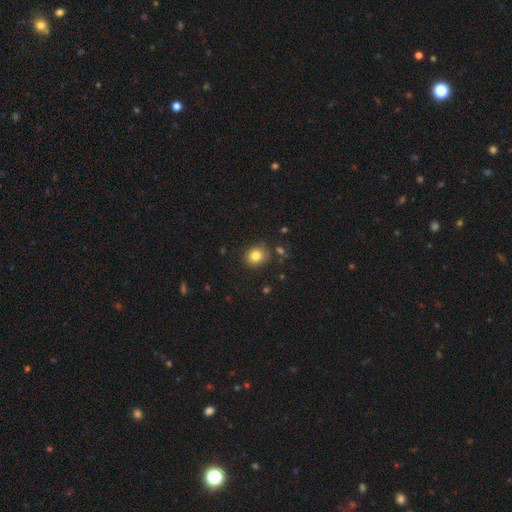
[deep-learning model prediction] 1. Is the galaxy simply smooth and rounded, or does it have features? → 81% smooth, 11% star or artifact, 7% featured or disk.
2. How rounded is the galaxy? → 72% round, 27% in between, 1% cigar-shaped.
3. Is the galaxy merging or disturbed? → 82% none, 12% minor disturbance, 3% merger, 3% major disturbance.